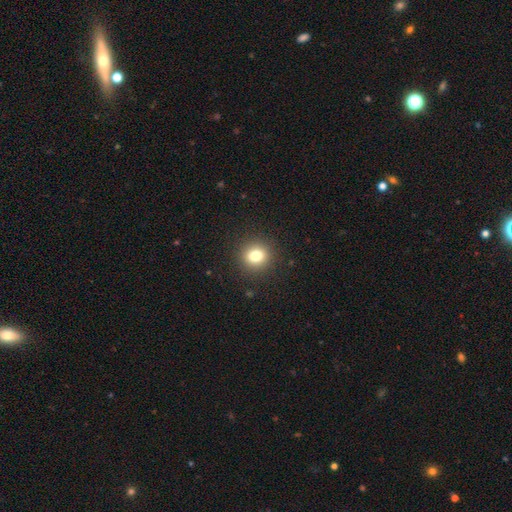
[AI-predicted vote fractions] The model was most divided on "how rounded": round: 82%, in between: 17%, cigar-shaped: 1%. More confident: merging — none (90%); smooth or featured — smooth (80%).